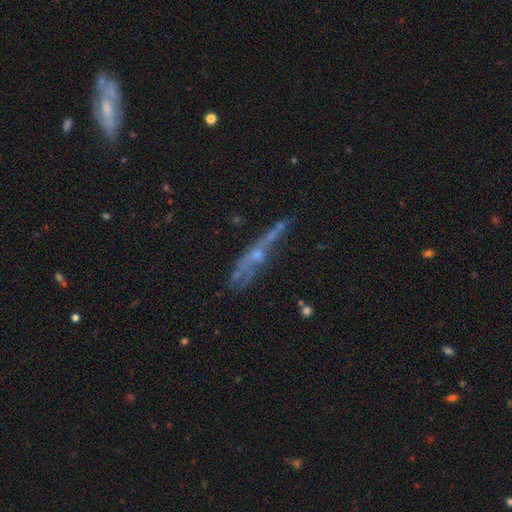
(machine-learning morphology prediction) Smooth or featured: featured or disk — 60% (smooth — 24%)
Edge-on disk: yes — 60% (no — 40%)
Merging: none — 49% (minor disturbance — 23%)